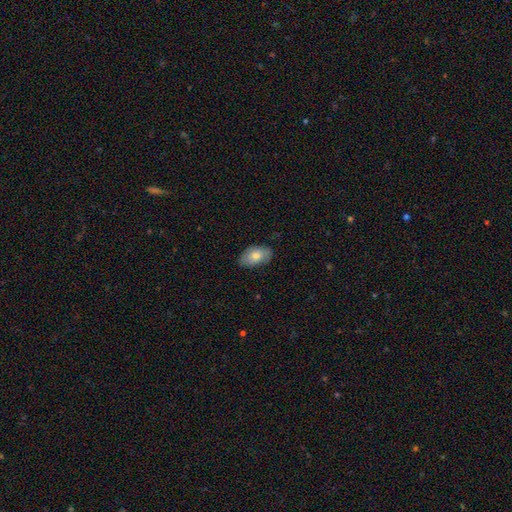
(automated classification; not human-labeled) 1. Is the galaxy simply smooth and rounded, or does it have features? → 75% smooth, 19% featured or disk, 6% star or artifact.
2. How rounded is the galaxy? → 94% in between, 5% round, 2% cigar-shaped.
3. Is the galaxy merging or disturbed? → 81% none, 15% minor disturbance, 3% major disturbance, 1% merger.